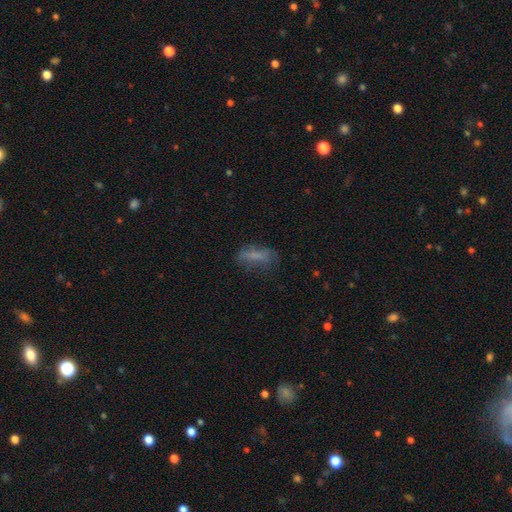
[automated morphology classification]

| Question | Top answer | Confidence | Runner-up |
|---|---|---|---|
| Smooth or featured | smooth | 62% | featured or disk (26%) |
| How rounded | in between | 55% | cigar-shaped (41%) |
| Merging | none | 53% | minor disturbance (26%) |